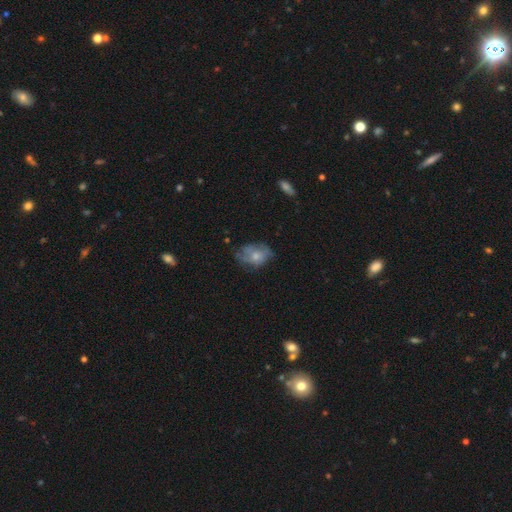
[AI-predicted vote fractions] Smooth or featured? smooth (50%)
How rounded? in between (76%)
Merging? none (51%)